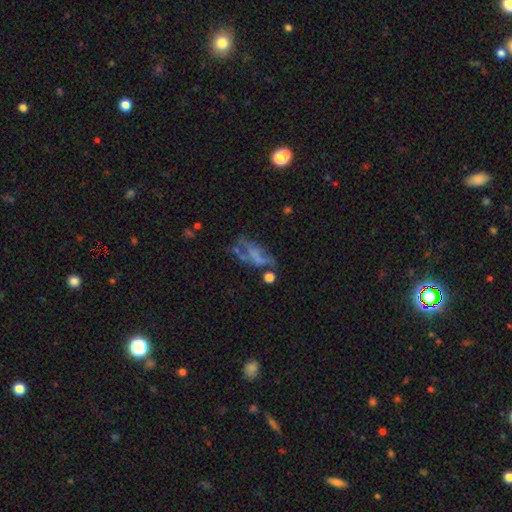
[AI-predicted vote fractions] smooth_or_featured: featured or disk (p=0.50) [alt: smooth p=0.32]
merging: major disturbance (p=0.34) [alt: none p=0.32]